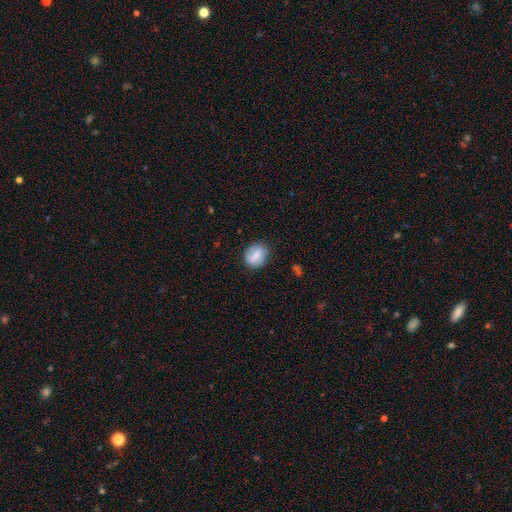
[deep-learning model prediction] smooth-or-featured: smooth: 65% | featured or disk: 27% | star or artifact: 8%
  how-rounded: round: 51% | in between: 47% | cigar-shaped: 2%
  merging: none: 78% | minor disturbance: 15% | major disturbance: 4% | merger: 2%